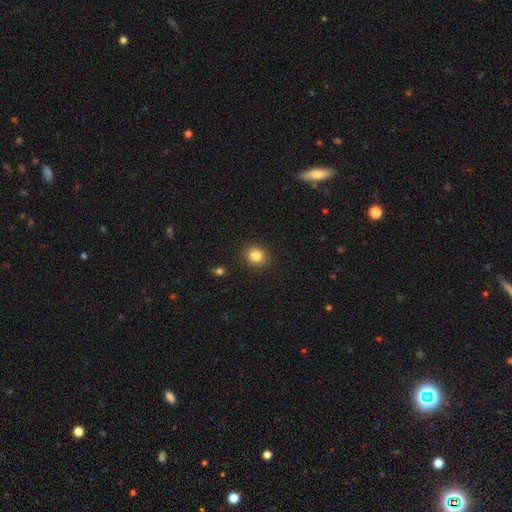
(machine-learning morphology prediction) Overall: smooth (84%). How rounded: round (72%). Merging: none (89%).